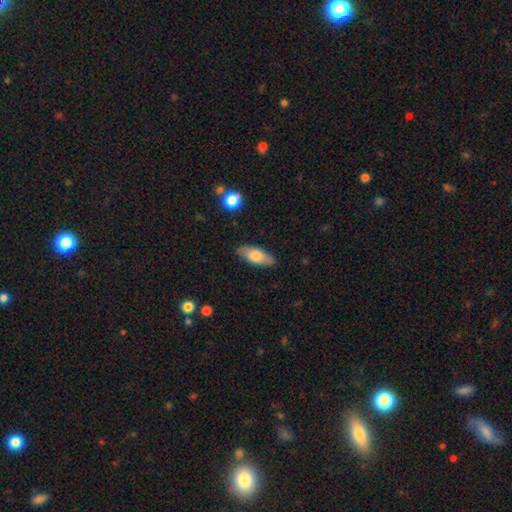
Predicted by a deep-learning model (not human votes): smooth 72%, featured or disk 21%, star or artifact 6%. Down the decision tree: how rounded — in between (78%); merging — none (86%).